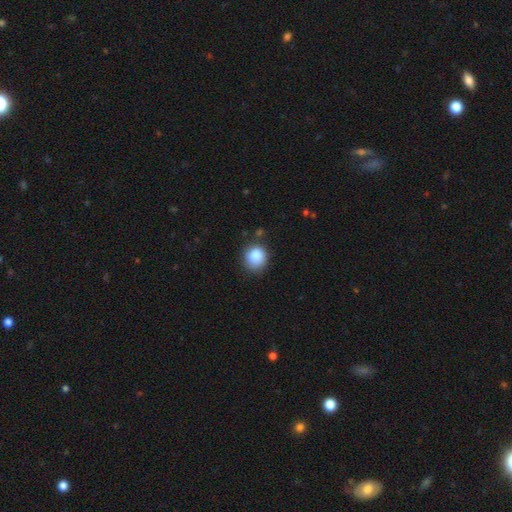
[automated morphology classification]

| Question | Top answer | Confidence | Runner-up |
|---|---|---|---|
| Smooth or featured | smooth | 87% | star or artifact (9%) |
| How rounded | round | 79% | in between (20%) |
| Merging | none | 73% | minor disturbance (19%) |